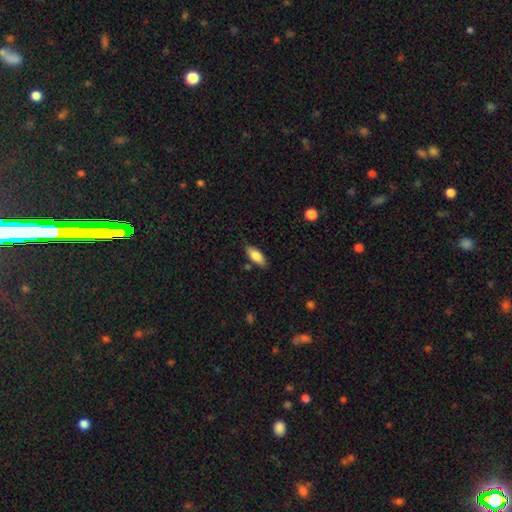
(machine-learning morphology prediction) smooth 79%, featured or disk 15%, star or artifact 7%. Down the decision tree: how rounded — in between (78%); merging — none (81%).